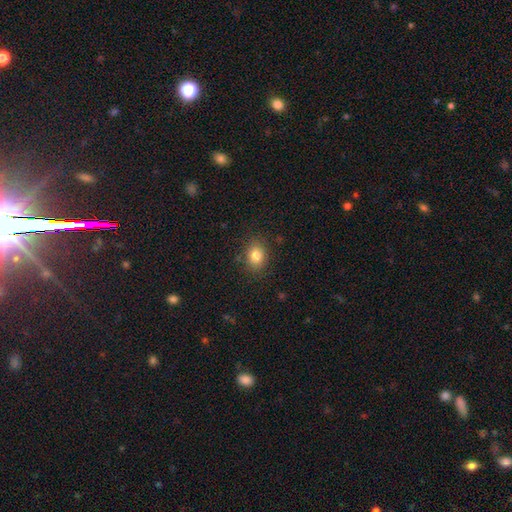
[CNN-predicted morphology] Overall: smooth (84%). How rounded: in between (57%; round 42%). Merging: none (83%).